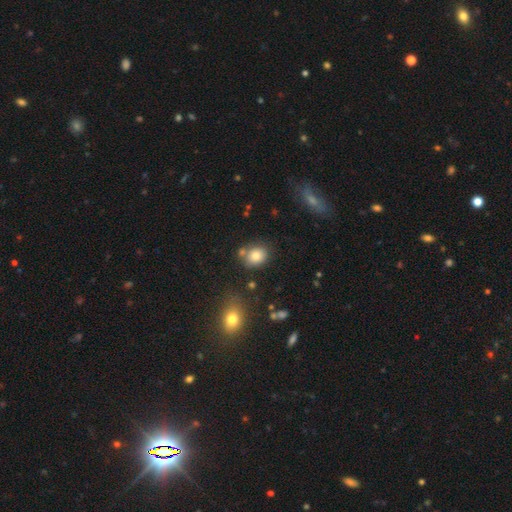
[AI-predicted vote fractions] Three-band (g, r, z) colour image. It shows a smooth galaxy with no disk features (81%) that is round (60%). Merging: none (72%).